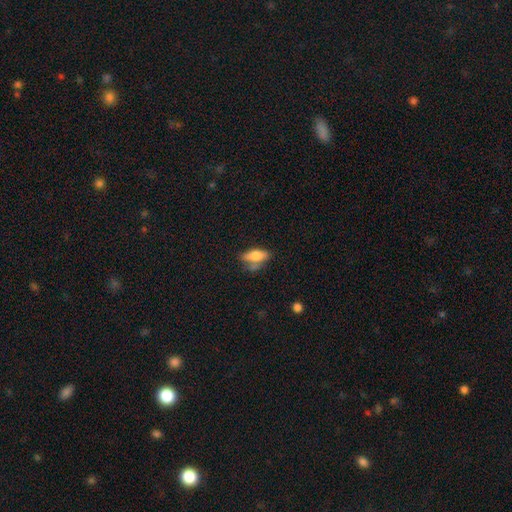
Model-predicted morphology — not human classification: Smooth or featured: smooth — 70% (featured or disk — 22%)
How rounded: in between — 68% (cigar-shaped — 29%)
Merging: none — 52% (minor disturbance — 23%)